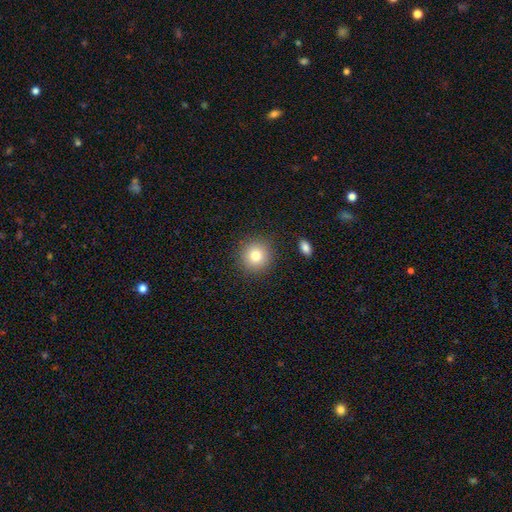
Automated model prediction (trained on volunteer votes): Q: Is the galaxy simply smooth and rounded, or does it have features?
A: smooth — 79%.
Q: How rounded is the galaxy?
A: round — 92%.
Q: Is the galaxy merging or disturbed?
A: none — 89%.